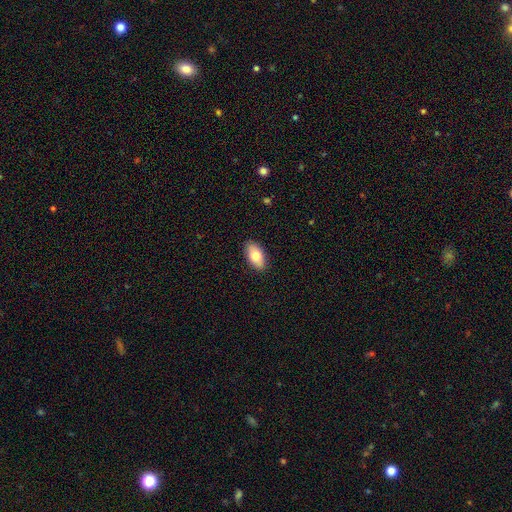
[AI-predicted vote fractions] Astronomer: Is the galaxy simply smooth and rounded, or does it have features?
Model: smooth — 77%.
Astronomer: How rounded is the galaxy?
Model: in between — 93%.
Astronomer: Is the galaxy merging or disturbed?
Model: none — 89%.